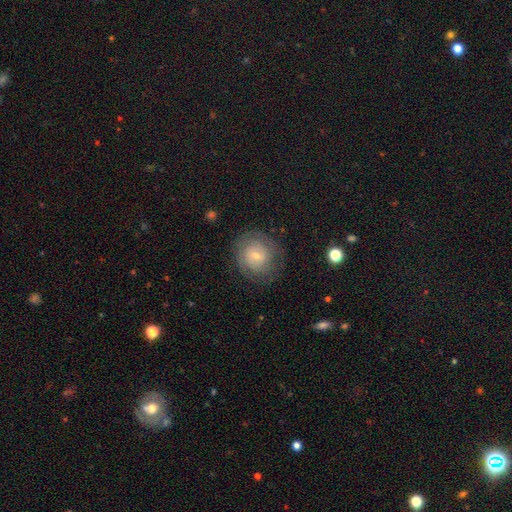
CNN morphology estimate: smooth_or_featured: smooth (p=0.47) [alt: featured or disk p=0.44]
merging: none (p=0.77) [alt: minor disturbance p=0.14]